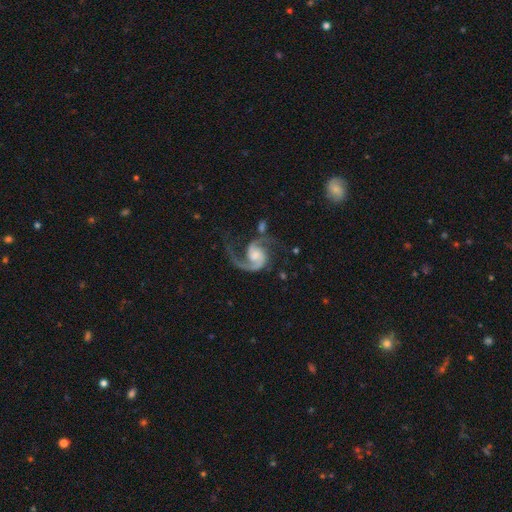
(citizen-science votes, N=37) Smooth or featured? 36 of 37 (97%) said featured or disk. Edge-on disk? 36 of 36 (100%) said no. Bar? 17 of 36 (47%, tied with no) said weak. Spiral arms? 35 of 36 (97%) said yes. Spiral winding? 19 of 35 (54%) said loose. Spiral arm count? 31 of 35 (89%) said 2. Bulge size? 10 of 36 (28%) said large. Merging? 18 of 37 (49%) said none.